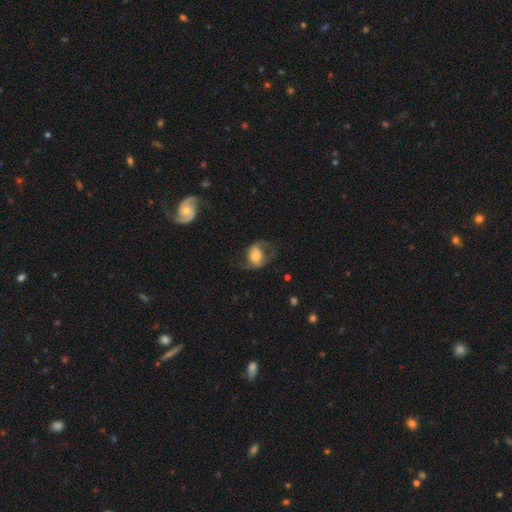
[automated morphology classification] smooth 50%, featured or disk 43%, star or artifact 7%. Down the decision tree: merging — none (50%).